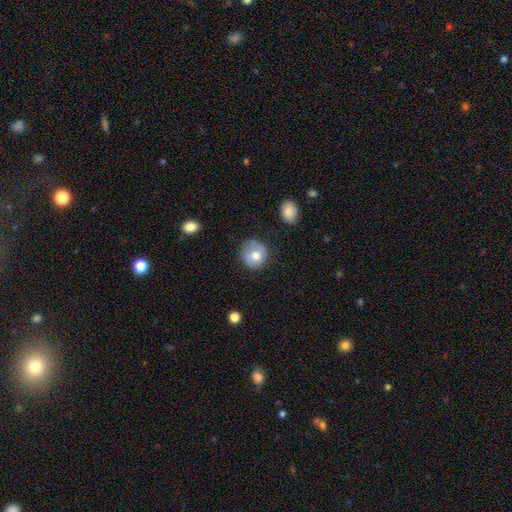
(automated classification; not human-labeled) Overall: smooth (69%). How rounded: round (86%). Merging: none (67%).